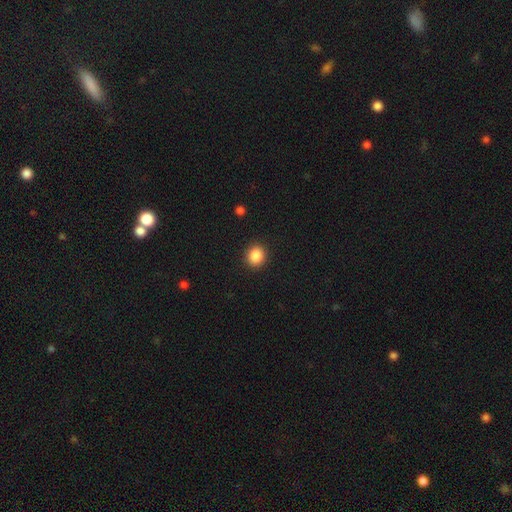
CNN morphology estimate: Smooth or featured? Predicted: smooth (p=0.87). How rounded? Predicted: round (p=0.78). Merging? Predicted: none (p=0.91).